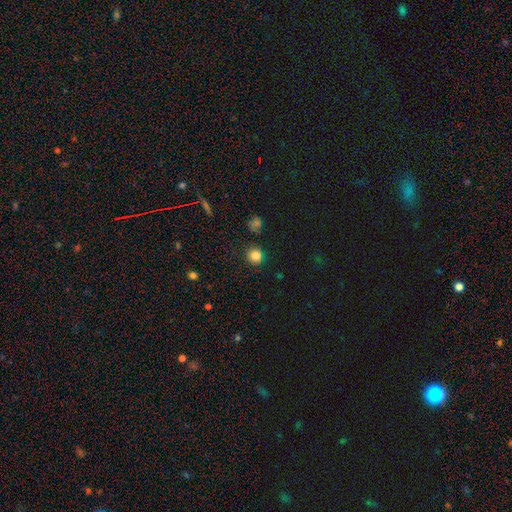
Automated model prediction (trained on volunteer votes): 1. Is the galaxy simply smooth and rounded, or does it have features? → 80% smooth, 15% star or artifact, 5% featured or disk.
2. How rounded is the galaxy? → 91% round, 8% in between, 1% cigar-shaped.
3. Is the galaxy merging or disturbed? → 88% none, 8% minor disturbance, 2% major disturbance, 2% merger.